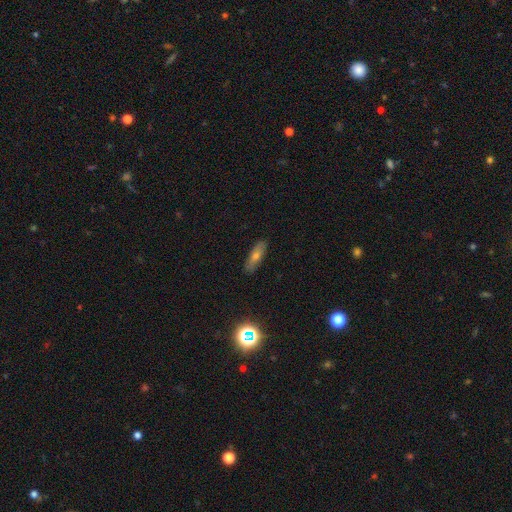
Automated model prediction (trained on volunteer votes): Q: Smooth or featured?
A: smooth (56%); runner-up: featured or disk (33%)
Q: How rounded?
A: cigar-shaped (52%); runner-up: in between (44%)
Q: Merging?
A: none (87%); runner-up: minor disturbance (10%)